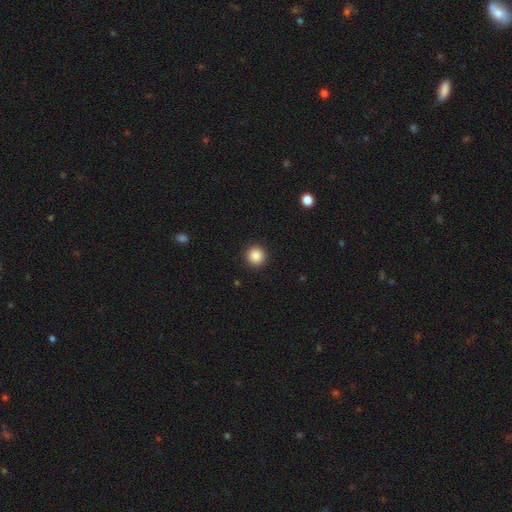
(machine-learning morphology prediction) Q: Smooth or featured?
A: smooth (87%); runner-up: star or artifact (9%)
Q: How rounded?
A: round (95%); runner-up: in between (4%)
Q: Merging?
A: none (92%); runner-up: minor disturbance (5%)